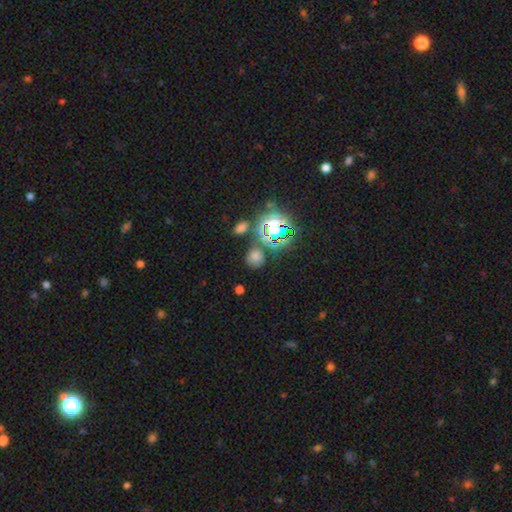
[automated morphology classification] This is possibly a smooth galaxy (54%). How rounded: likely round (79%). Merging: likely none (76%).